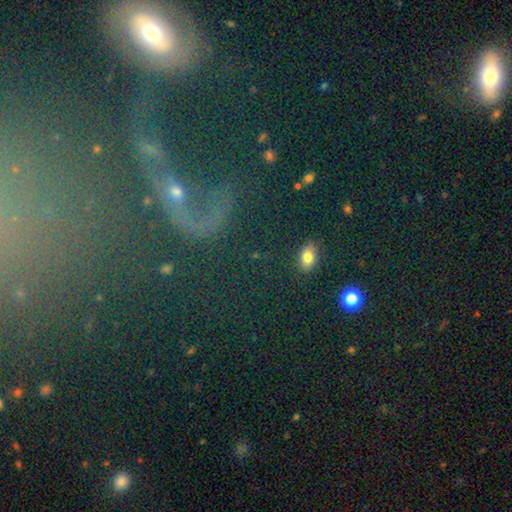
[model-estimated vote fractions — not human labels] Smooth or featured? Predicted: star or artifact (p=0.42).